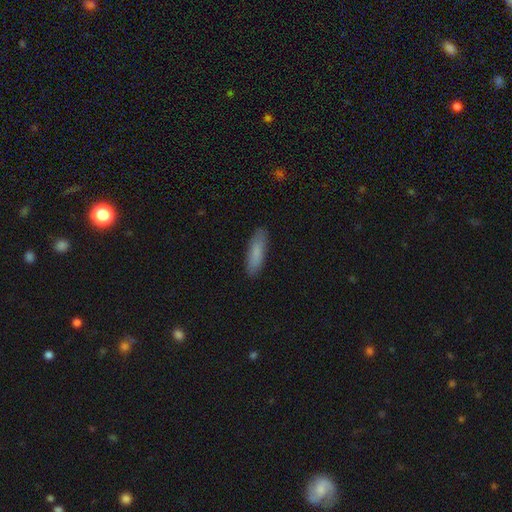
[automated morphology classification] Q: Smooth or featured?
A: smooth (85%); runner-up: featured or disk (9%)
Q: How rounded?
A: cigar-shaped (63%); runner-up: in between (35%)
Q: Merging?
A: none (85%); runner-up: minor disturbance (11%)